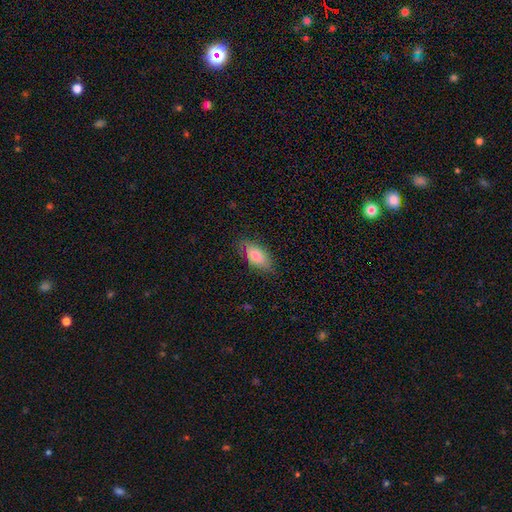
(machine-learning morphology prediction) smooth-or-featured: smooth: 78% | featured or disk: 15% | star or artifact: 7%
  how-rounded: in between: 87% | cigar-shaped: 9% | round: 3%
  merging: none: 75% | minor disturbance: 20% | major disturbance: 4% | merger: 1%